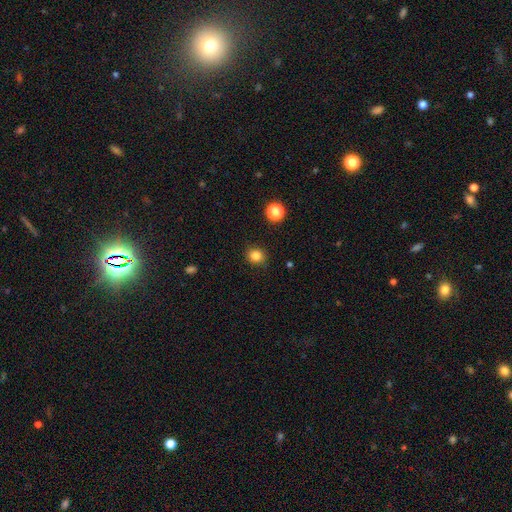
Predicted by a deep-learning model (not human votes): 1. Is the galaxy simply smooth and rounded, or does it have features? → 83% smooth, 12% star or artifact, 4% featured or disk.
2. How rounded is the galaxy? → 82% round, 17% in between, 1% cigar-shaped.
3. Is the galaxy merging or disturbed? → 88% none, 9% minor disturbance, 2% major disturbance, 1% merger.